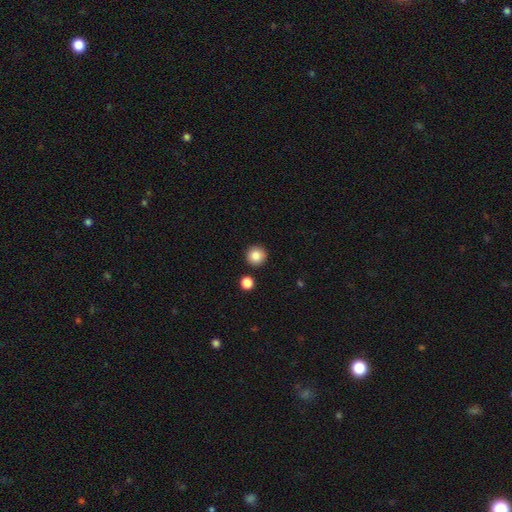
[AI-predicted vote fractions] This is clearly a smooth galaxy (86%). How rounded: clearly round (95%). Merging: clearly none (90%).